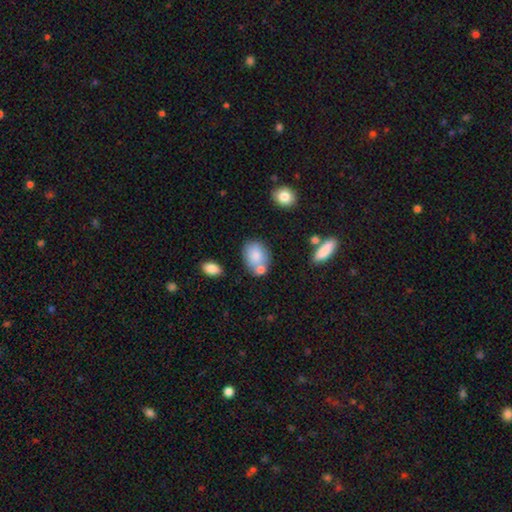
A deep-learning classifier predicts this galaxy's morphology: type=smooth (81%); roundness=in between (68%); merging=none (59%).